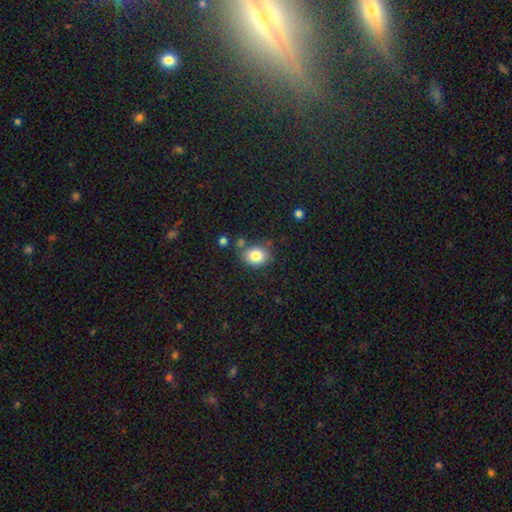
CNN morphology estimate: Overall: smooth (84%). How rounded: in between (55%; round 44%). Merging: none (72%).